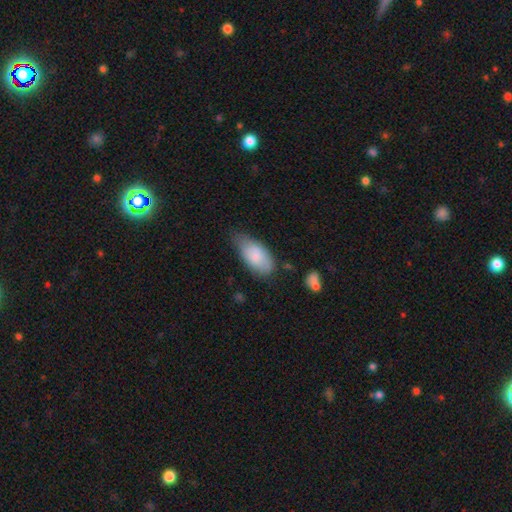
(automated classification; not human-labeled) Q: Smooth or featured?
A: smooth (79%); runner-up: featured or disk (15%)
Q: How rounded?
A: in between (92%); runner-up: cigar-shaped (5%)
Q: Merging?
A: none (49%); runner-up: minor disturbance (38%)